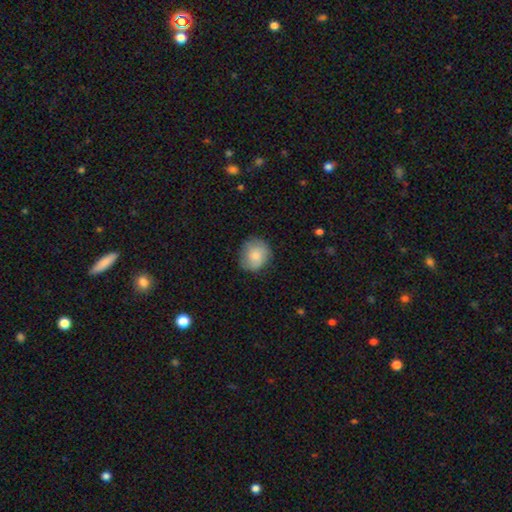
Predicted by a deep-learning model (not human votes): Smooth or featured: smooth — 74% (featured or disk — 19%)
How rounded: round — 81% (in between — 18%)
Merging: none — 76% (minor disturbance — 19%)